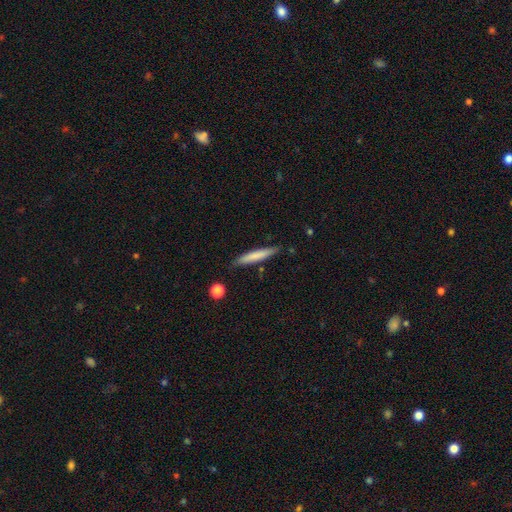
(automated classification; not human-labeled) This appears to be a smooth galaxy with no disk features (72%) that is cigar-shaped (94%). Merging: none (84%).